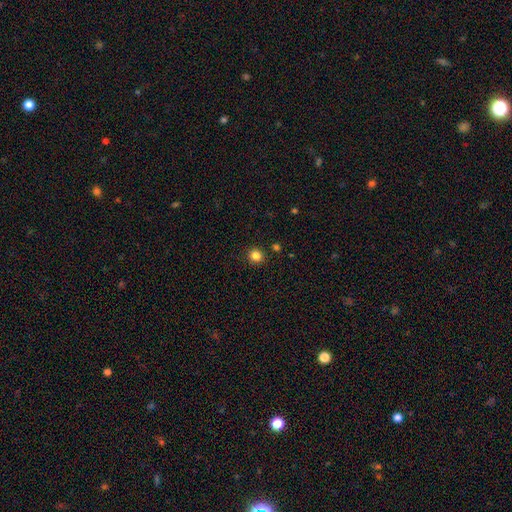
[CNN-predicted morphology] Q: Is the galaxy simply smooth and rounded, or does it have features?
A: smooth — 83%.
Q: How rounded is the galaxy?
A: round — 90%.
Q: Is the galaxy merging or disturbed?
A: none — 91%.